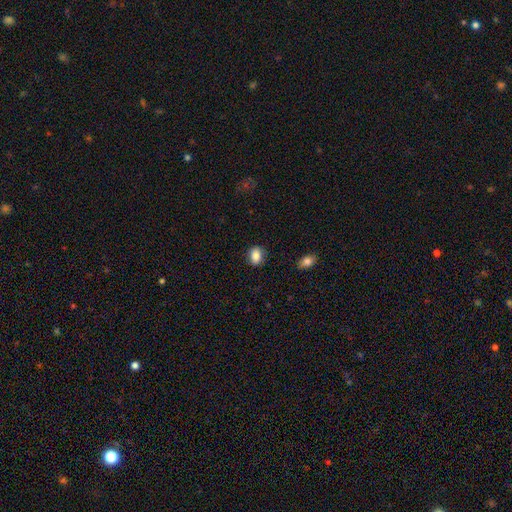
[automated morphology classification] This appears to be a smooth galaxy with no disk features (85%) that is in between round and cigar-shaped (62%). Merging: none (83%).